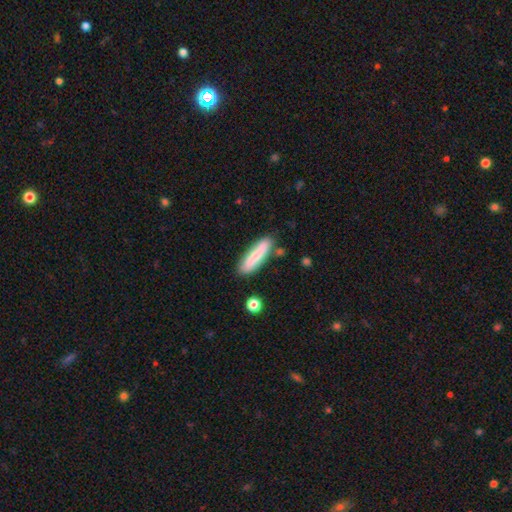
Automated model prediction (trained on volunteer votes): This is likely a smooth galaxy (70%). How rounded: likely cigar-shaped (74%). Merging: likely none (79%).